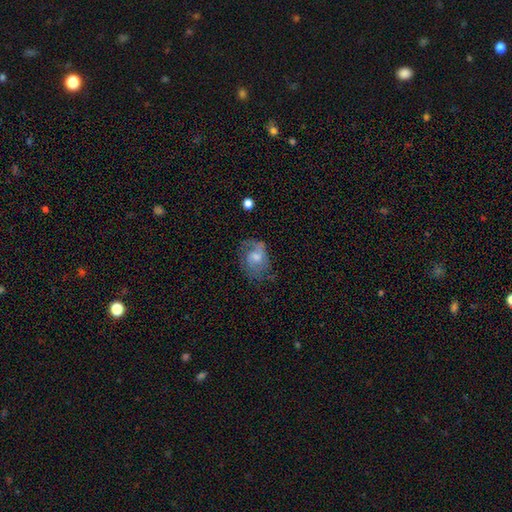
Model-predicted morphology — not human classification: This appears to be a featured or disk galaxy (63%) with no bar (59%), 2 (57%) medium (45%) spiral arms (83%) and a moderate central bulge (57%). Merging: none (60%).